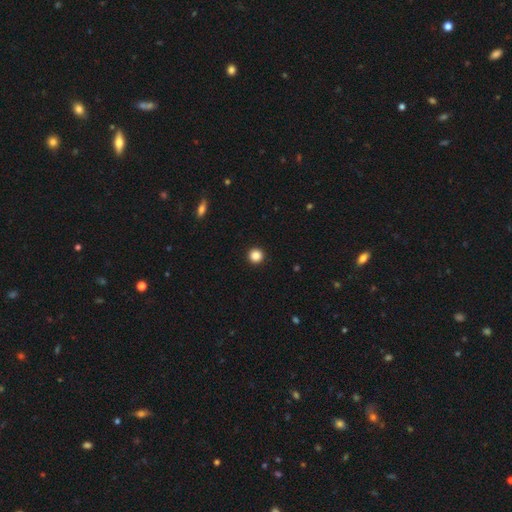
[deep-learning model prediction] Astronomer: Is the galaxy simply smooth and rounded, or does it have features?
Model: smooth — 87%.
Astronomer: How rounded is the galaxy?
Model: round — 96%.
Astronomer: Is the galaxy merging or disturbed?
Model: none — 94%.